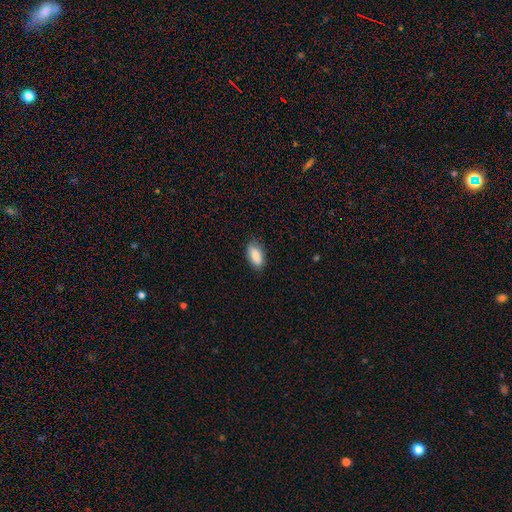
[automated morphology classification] Overall: smooth (84%). How rounded: in between (90%). Merging: none (84%).